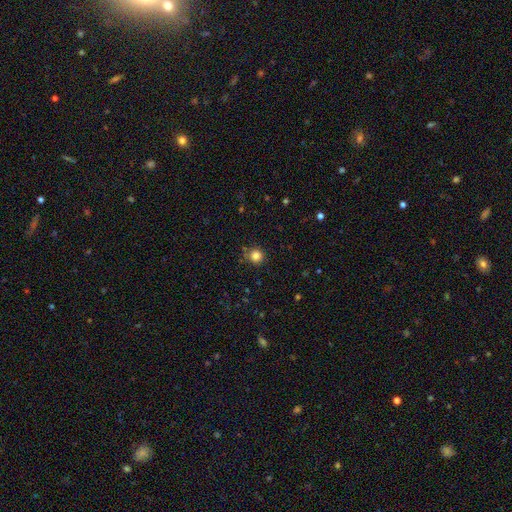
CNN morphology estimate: A smooth galaxy with no disk features (83%) that is round (94%).

Vote fractions:
- Smooth or featured? smooth: 83% / star or artifact: 13% / featured or disk: 4%
- How rounded? round: 94% / in between: 5% / cigar-shaped: 1%
- Merging? none: 86% / minor disturbance: 8% / merger: 3% / major disturbance: 2%